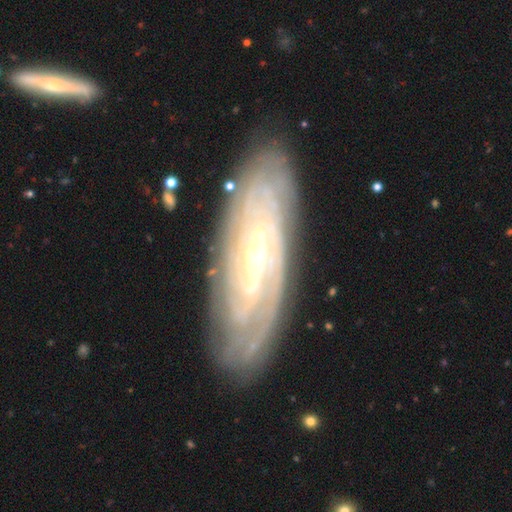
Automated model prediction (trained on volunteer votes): Smooth or featured? featured or disk (88%)
Edge-on disk? no (88%)
Bar? weak (39%)
Spiral arms? yes (96%)
Spiral winding? tight (78%)
Spiral arm count? can't tell (38%)
Bulge size? small (68%)
Merging? none (83%)